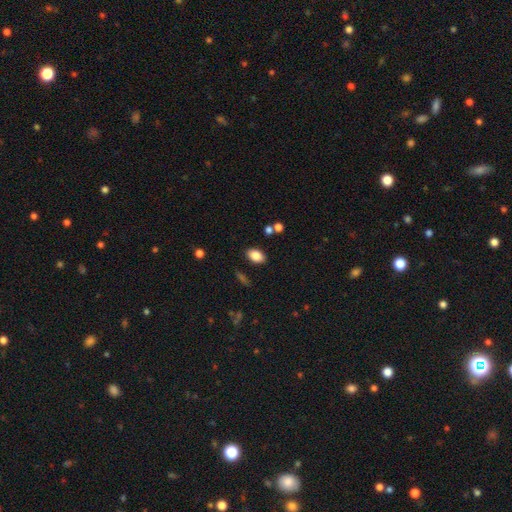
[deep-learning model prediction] Smooth or featured?
  - smooth: 85% *
  - star or artifact: 9%
  - featured or disk: 6%
How rounded?
  - in between: 88% *
  - round: 11%
  - cigar-shaped: 1%
Merging?
  - none: 84% *
  - minor disturbance: 10%
  - merger: 3%
  - major disturbance: 3%